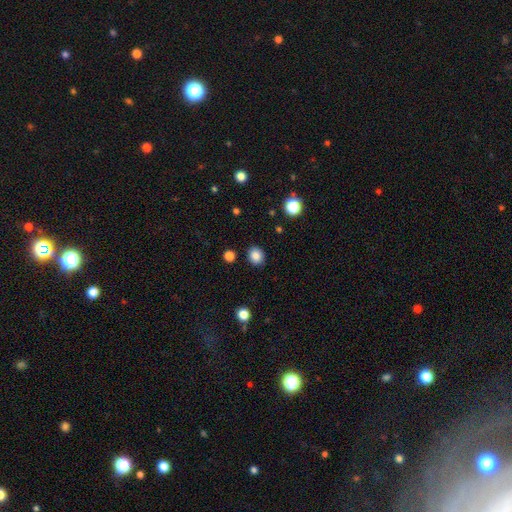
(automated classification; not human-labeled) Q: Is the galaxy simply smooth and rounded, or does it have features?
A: smooth — 85%.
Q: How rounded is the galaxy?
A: round — 67%.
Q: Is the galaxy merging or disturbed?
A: none — 88%.